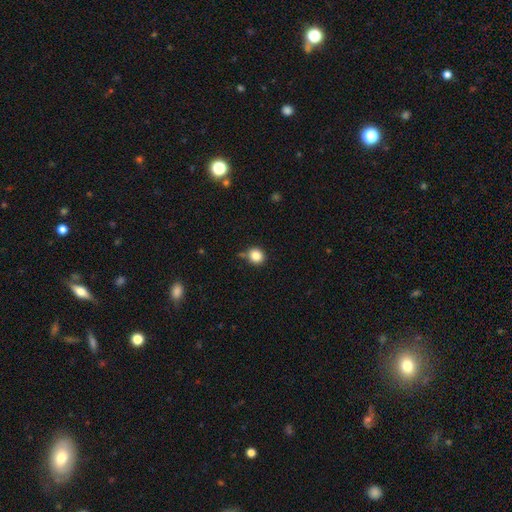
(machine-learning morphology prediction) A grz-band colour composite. It shows a smooth galaxy with no disk features (84%) that is round (84%). Merging: none (75%).